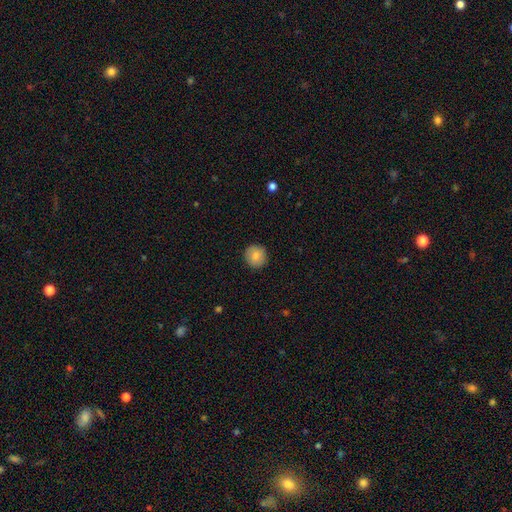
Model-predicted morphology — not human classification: smooth_or_featured: smooth (p=0.83) [alt: featured or disk p=0.09]
how_rounded: round (p=0.94) [alt: in between p=0.05]
merging: none (p=0.91) [alt: minor disturbance p=0.06]